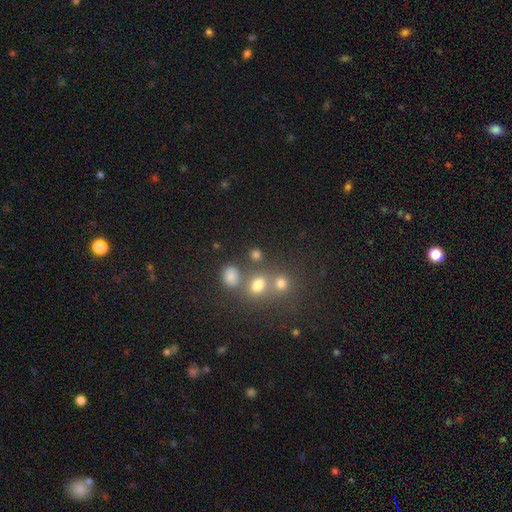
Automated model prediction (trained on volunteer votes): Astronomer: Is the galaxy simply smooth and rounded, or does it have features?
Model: smooth — 59%.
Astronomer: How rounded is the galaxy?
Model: round — 64%.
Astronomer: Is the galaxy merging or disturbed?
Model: none — 54% (runner-up: merger, 32%).